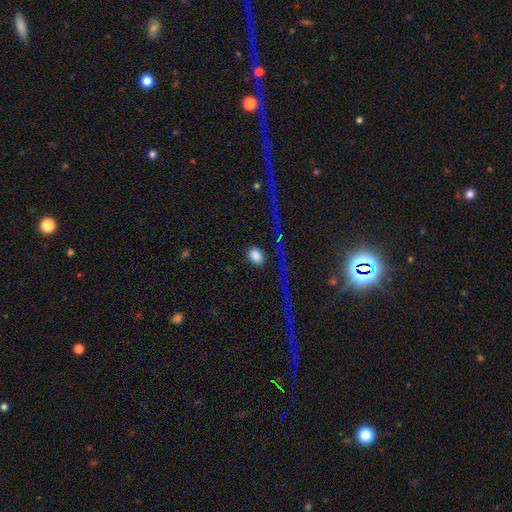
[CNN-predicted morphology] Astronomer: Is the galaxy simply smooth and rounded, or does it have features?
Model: smooth — 78%.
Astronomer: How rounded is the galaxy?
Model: in between — 62%.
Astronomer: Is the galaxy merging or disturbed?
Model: none — 81%.